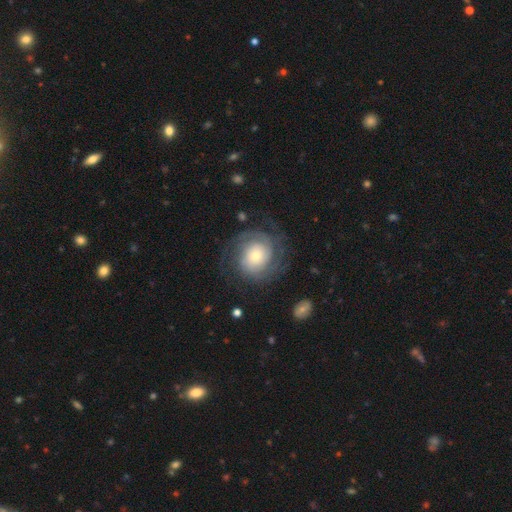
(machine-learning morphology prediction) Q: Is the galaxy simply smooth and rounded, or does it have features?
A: featured or disk — 79%.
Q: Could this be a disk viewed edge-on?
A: no — 98%.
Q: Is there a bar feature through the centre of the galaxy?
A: no — 77%.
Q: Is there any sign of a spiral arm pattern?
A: yes — 94%.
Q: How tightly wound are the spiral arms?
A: tight — 62%.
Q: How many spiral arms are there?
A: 2 — 35%.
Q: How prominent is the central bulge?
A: small — 45%.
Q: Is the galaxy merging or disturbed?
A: none — 75%.